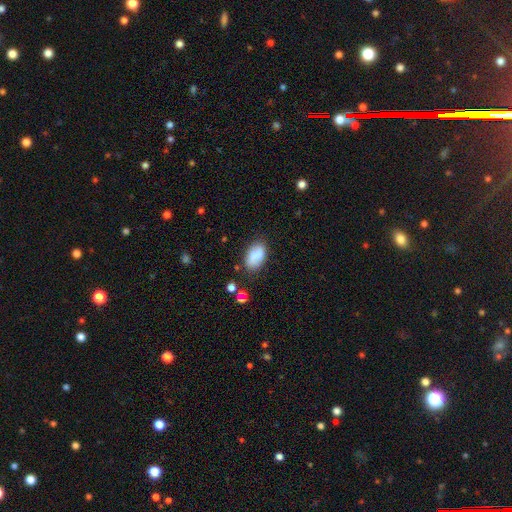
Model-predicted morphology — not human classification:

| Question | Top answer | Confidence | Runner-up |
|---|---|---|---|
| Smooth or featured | smooth | 83% | featured or disk (9%) |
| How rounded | in between | 92% | round (6%) |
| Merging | none | 72% | minor disturbance (18%) |